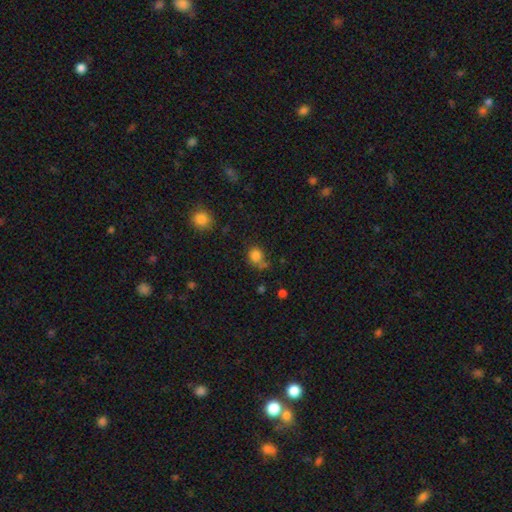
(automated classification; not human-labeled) Smooth or featured? smooth (81%)
How rounded? round (76%)
Merging? none (52%)